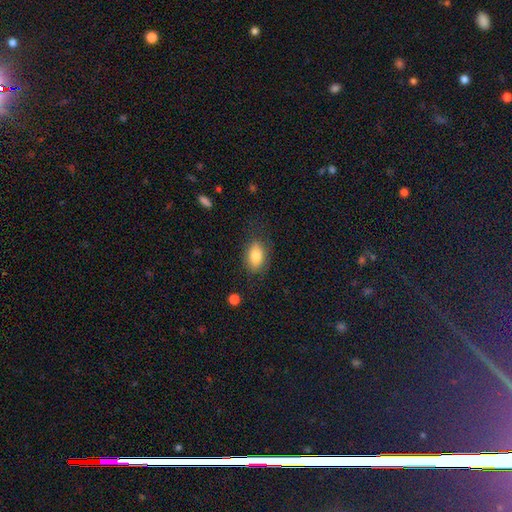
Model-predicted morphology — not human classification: Overall: smooth (81%). How rounded: in between (86%). Merging: none (79%).